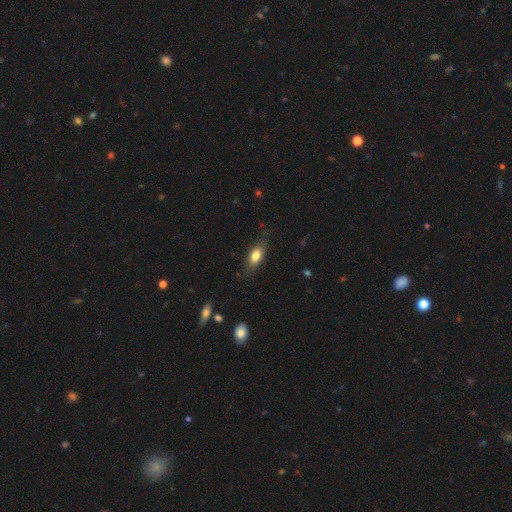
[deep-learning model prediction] A smooth galaxy with no disk features (73%) that is in between round and cigar-shaped (76%).

Vote fractions:
- Smooth or featured? smooth: 73% / featured or disk: 20% / star or artifact: 7%
- How rounded? in between: 76% / cigar-shaped: 19% / round: 5%
- Merging? none: 74% / minor disturbance: 20% / major disturbance: 5% / merger: 1%